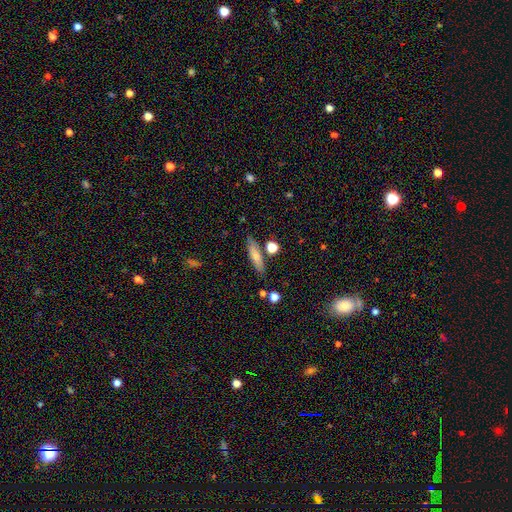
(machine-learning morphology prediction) type=smooth (72%); roundness=cigar-shaped (69%); merging=none (80%).